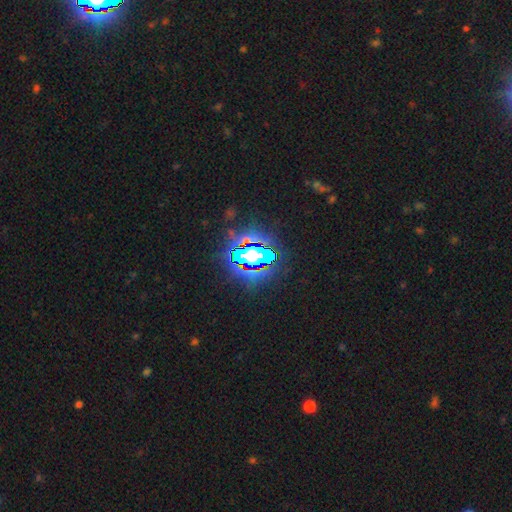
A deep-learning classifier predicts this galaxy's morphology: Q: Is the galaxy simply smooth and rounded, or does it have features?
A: star or artifact — 69%.